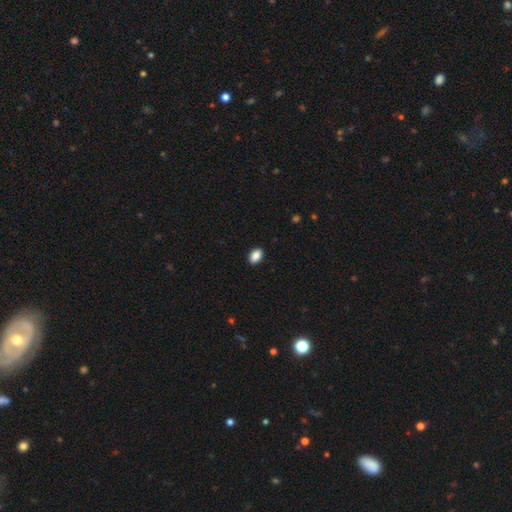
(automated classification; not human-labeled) smooth_or_featured: smooth (p=0.88) [alt: star or artifact p=0.08]
how_rounded: in between (p=0.83) [alt: round p=0.16]
merging: none (p=0.91) [alt: minor disturbance p=0.07]